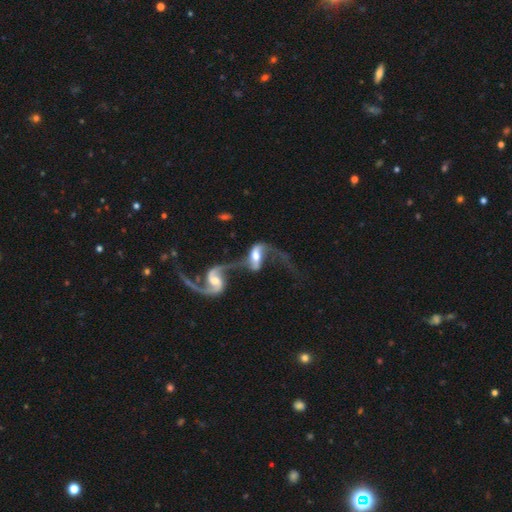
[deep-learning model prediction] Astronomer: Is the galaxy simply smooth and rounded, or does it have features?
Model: featured or disk — 78%.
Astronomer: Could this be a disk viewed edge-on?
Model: no — 92%.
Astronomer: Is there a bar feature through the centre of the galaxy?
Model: weak — 40% (runner-up: strong, 33%).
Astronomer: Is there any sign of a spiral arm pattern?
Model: yes — 87%.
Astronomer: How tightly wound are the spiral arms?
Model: loose — 78%.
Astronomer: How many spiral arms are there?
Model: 2 — 76%.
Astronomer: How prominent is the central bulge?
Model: moderate — 52%.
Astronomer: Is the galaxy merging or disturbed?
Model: merger — 70%.